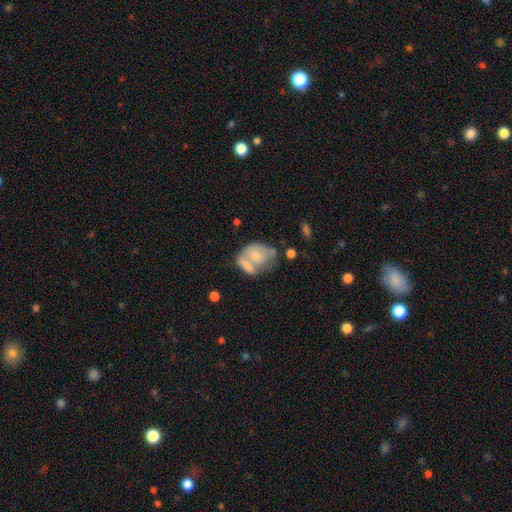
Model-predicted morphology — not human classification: A smooth galaxy with no disk features (63%) that is in between round and cigar-shaped (65%). Merging: merger (52%).